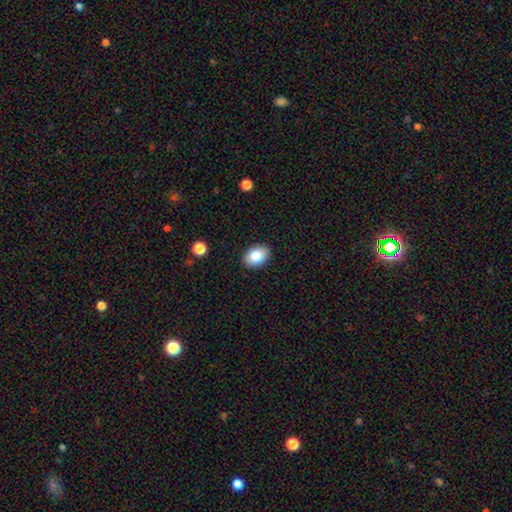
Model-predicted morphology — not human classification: This is clearly a smooth galaxy (85%). How rounded: clearly in between (82%). Merging: clearly none (89%).